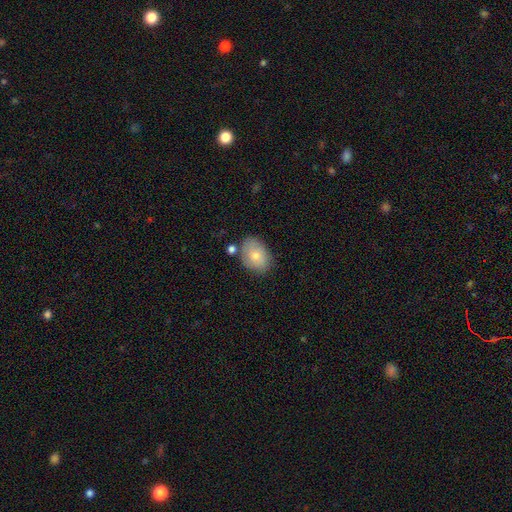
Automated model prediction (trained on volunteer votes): Smooth or featured: smooth — 74% (featured or disk — 18%)
How rounded: in between — 71% (round — 28%)
Merging: none — 69% (minor disturbance — 19%)